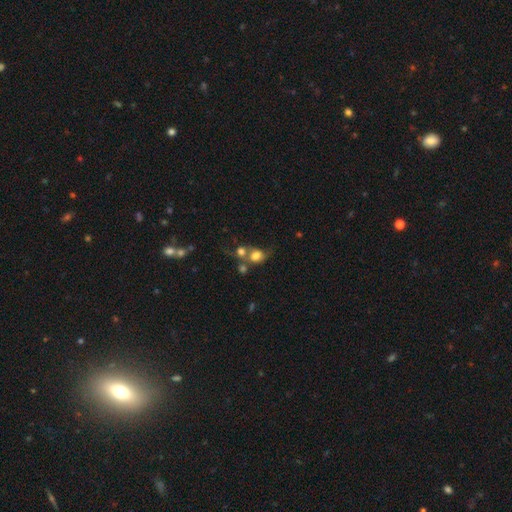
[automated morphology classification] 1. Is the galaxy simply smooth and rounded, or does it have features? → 74% smooth, 14% featured or disk, 12% star or artifact.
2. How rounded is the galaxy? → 66% round, 32% in between, 1% cigar-shaped.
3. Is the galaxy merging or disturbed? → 49% merger, 30% none, 11% minor disturbance, 10% major disturbance.